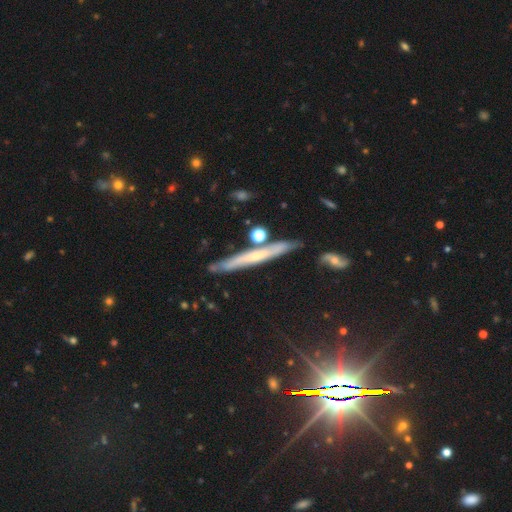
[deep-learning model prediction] This appears to be a featured or disk galaxy (54%) viewed edge-on (92%). Merging: none (80%).